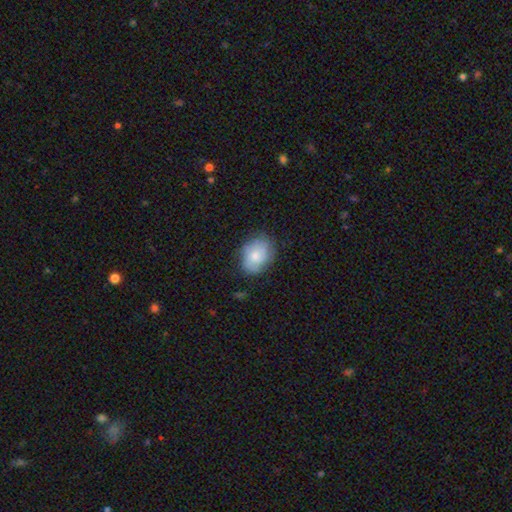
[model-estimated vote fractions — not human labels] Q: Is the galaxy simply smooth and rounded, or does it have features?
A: smooth — 65%.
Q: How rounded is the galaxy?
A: in between — 67%.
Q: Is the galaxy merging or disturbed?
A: none — 70%.